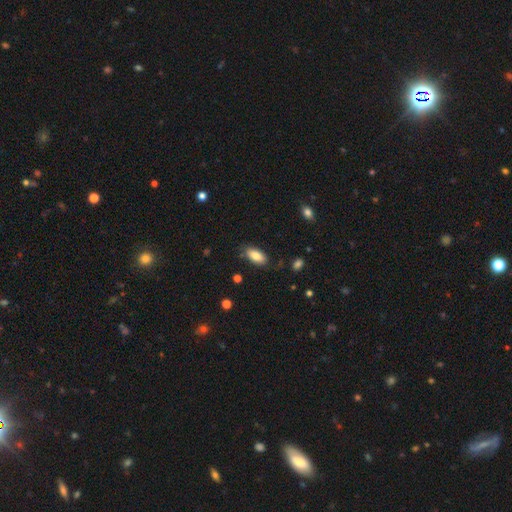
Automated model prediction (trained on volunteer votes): Smooth or featured?
  - smooth: 83% *
  - featured or disk: 10%
  - star or artifact: 7%
How rounded?
  - in between: 87% *
  - cigar-shaped: 11%
  - round: 2%
Merging?
  - none: 82% *
  - minor disturbance: 13%
  - major disturbance: 3%
  - merger: 2%